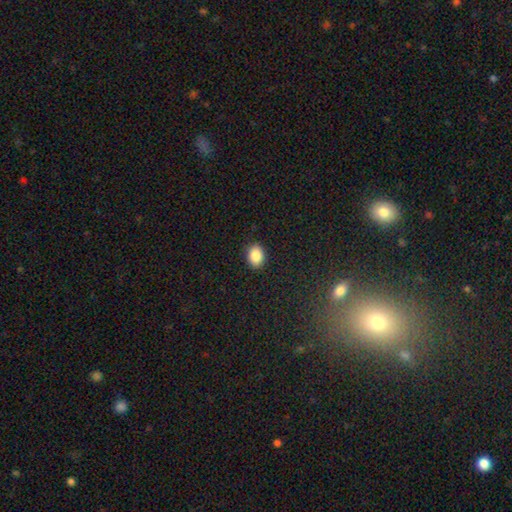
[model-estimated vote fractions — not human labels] Q: Smooth or featured?
A: smooth (87%); runner-up: star or artifact (8%)
Q: How rounded?
A: in between (70%); runner-up: round (29%)
Q: Merging?
A: none (89%); runner-up: minor disturbance (8%)